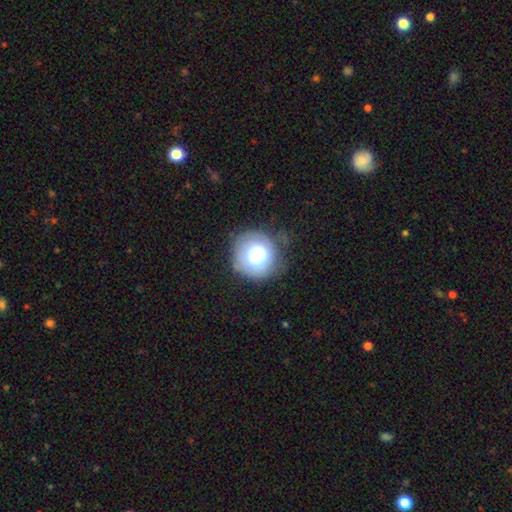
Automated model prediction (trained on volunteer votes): A smooth galaxy with no disk features (70%) that is round (91%).

Vote fractions:
- Smooth or featured? smooth: 70% / featured or disk: 21% / star or artifact: 9%
- How rounded? round: 91% / in between: 8% / cigar-shaped: 1%
- Merging? none: 67% / minor disturbance: 21% / major disturbance: 10% / merger: 2%